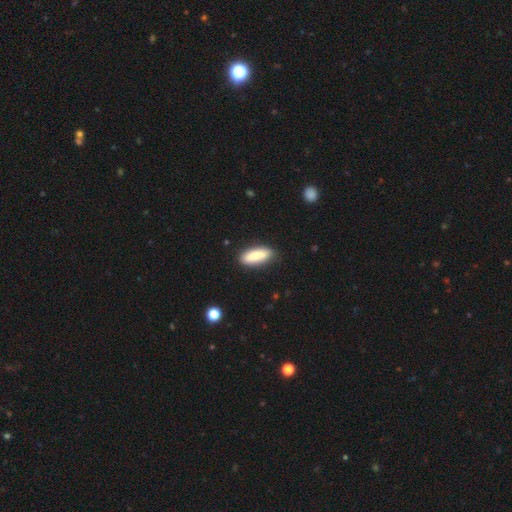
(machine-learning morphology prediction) type=smooth (83%); roundness=in between (68%); merging=none (86%).